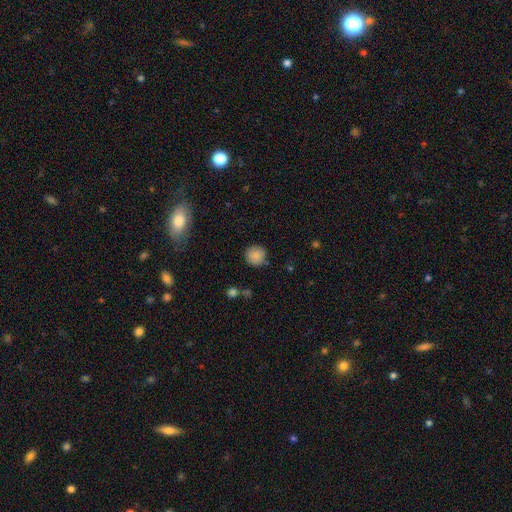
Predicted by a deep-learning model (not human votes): Smooth or featured: smooth — 86% (star or artifact — 9%)
How rounded: round — 93% (in between — 6%)
Merging: none — 85% (minor disturbance — 10%)